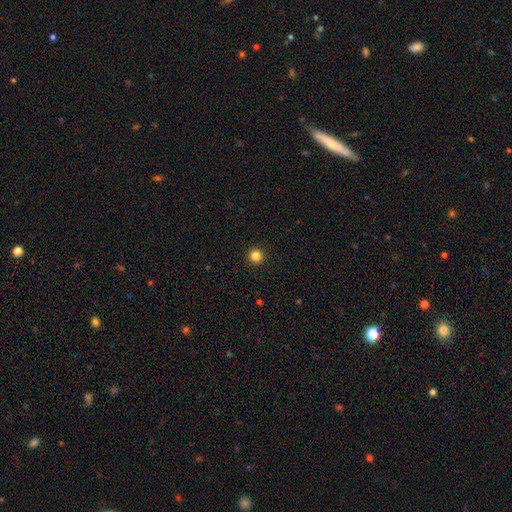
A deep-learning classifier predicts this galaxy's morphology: Smooth or featured?
  - smooth: 84% *
  - star or artifact: 12%
  - featured or disk: 4%
How rounded?
  - round: 96% *
  - in between: 3%
  - cigar-shaped: 1%
Merging?
  - none: 94% *
  - minor disturbance: 4%
  - major disturbance: 1%
  - merger: 1%